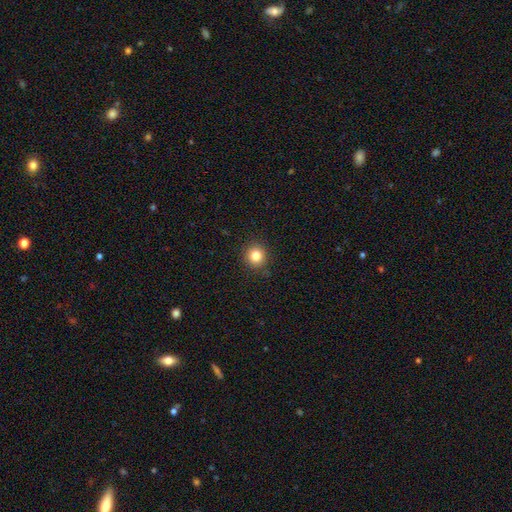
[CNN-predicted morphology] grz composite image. It shows a smooth galaxy with no disk features (83%) that is round (92%). Merging: none (90%).